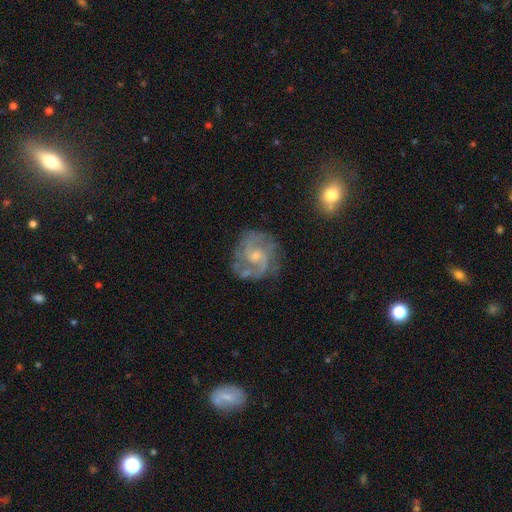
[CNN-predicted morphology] This is clearly a featured or disk galaxy (81%). It is clearly not viewed edge-on (98%). Bar: possibly no (59%). Spiral arm pattern: clearly yes (94%). Spiral arm count: marginally 2 (43%). Spiral winding: possibly medium (47%). Central bulge: possibly small (57%). Merging: likely none (73%).